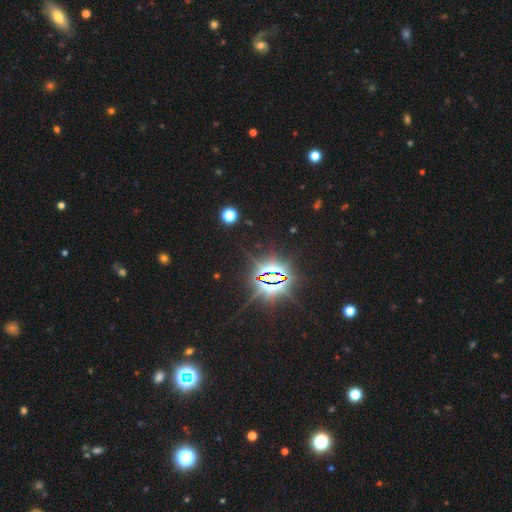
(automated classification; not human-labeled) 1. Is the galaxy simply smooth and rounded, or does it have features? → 84% star or artifact, 11% smooth, 6% featured or disk.